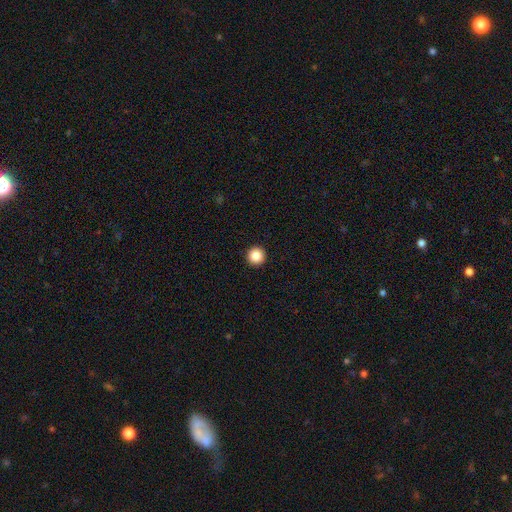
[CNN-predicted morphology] Smooth or featured? smooth (86%)
How rounded? round (97%)
Merging? none (94%)